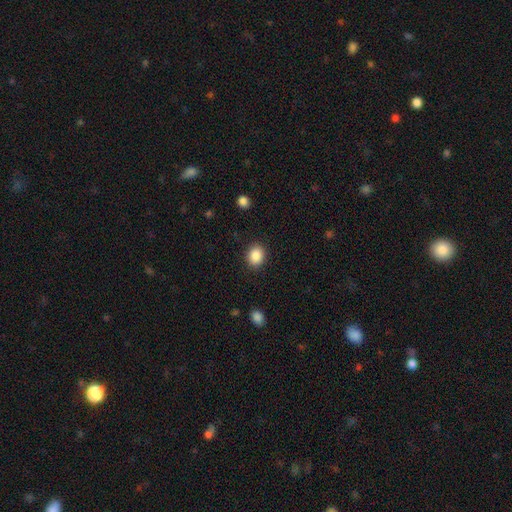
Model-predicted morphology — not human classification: Smooth or featured? Predicted: smooth (p=0.88). How rounded? Predicted: round (p=0.55). Merging? Predicted: none (p=0.89).